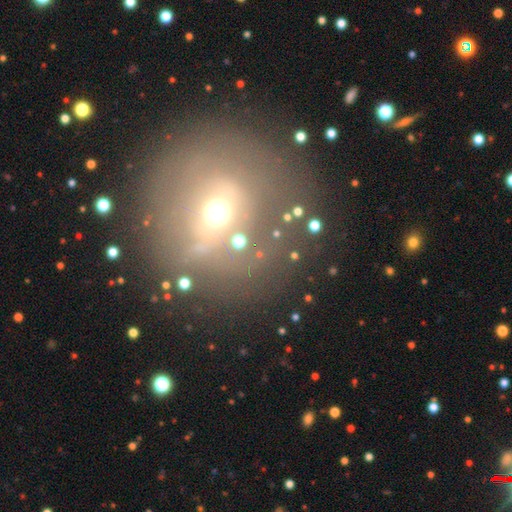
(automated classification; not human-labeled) smooth 40%, featured or disk 32%, star or artifact 28%. Down the decision tree: merging — none (74%).